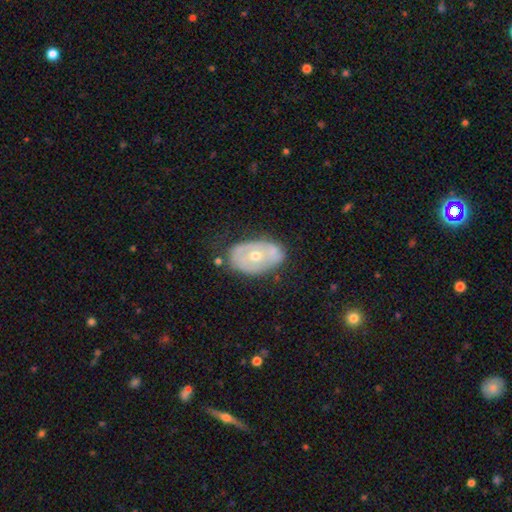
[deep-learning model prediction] Smooth or featured? Predicted: featured or disk (p=0.59). Edge-on disk? Predicted: no (p=0.91). Bar? Predicted: no (p=0.81). Spiral arms? Predicted: no (p=0.76). Bulge size? Predicted: moderate (p=0.60). Merging? Predicted: none (p=0.65).